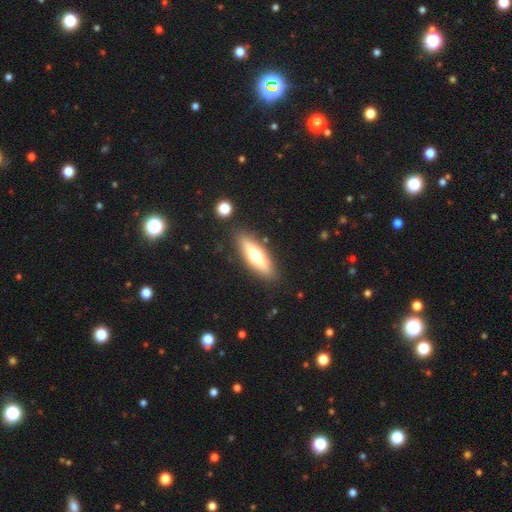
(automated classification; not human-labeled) Smooth or featured? Predicted: featured or disk (p=0.51). Edge-on disk? Predicted: yes (p=0.88). Merging? Predicted: none (p=0.86).